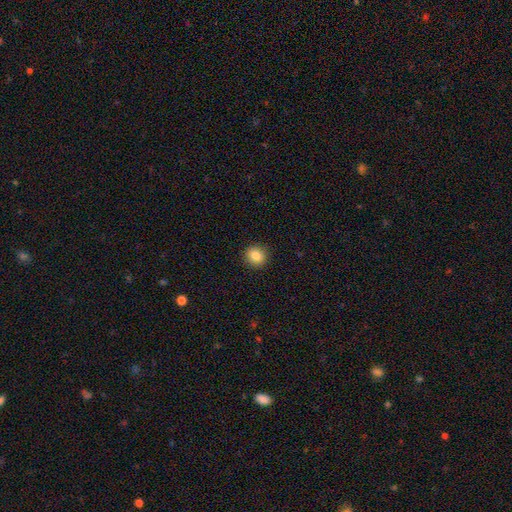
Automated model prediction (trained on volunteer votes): smooth-or-featured: smooth: 84% | star or artifact: 10% | featured or disk: 6%
  how-rounded: round: 86% | in between: 14% | cigar-shaped: 1%
  merging: none: 91% | minor disturbance: 6% | major disturbance: 2% | merger: 1%